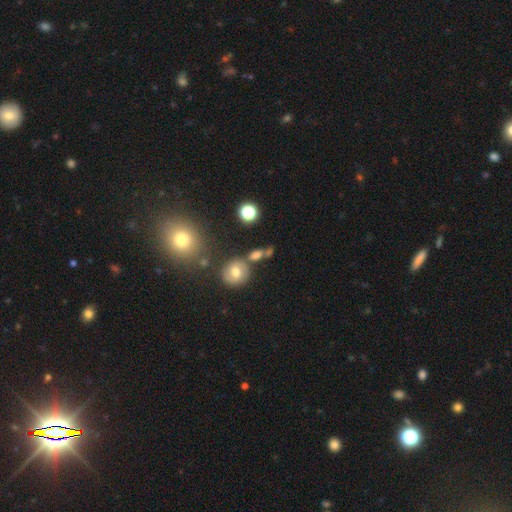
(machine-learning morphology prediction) Smooth or featured? smooth (57%)
How rounded? round (77%)
Merging? none (71%)